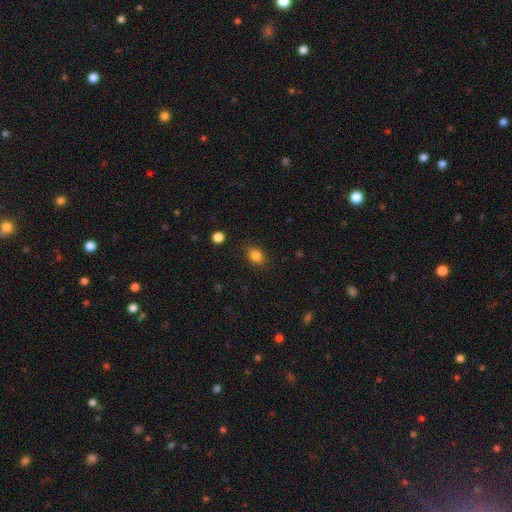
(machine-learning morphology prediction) Smooth or featured? smooth (84%)
How rounded? in between (56%)
Merging? none (85%)